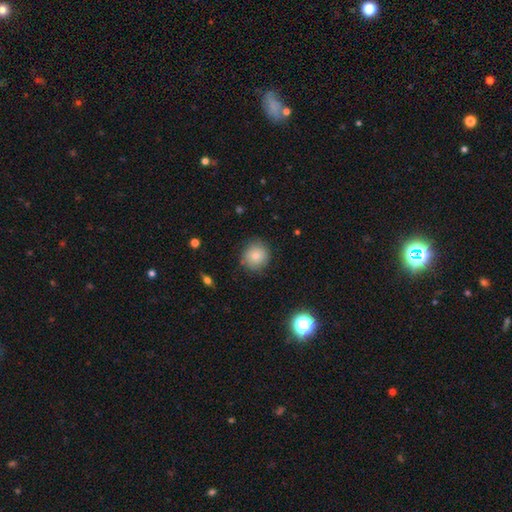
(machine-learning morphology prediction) Overall: smooth (79%). How rounded: round (89%). Merging: none (82%).